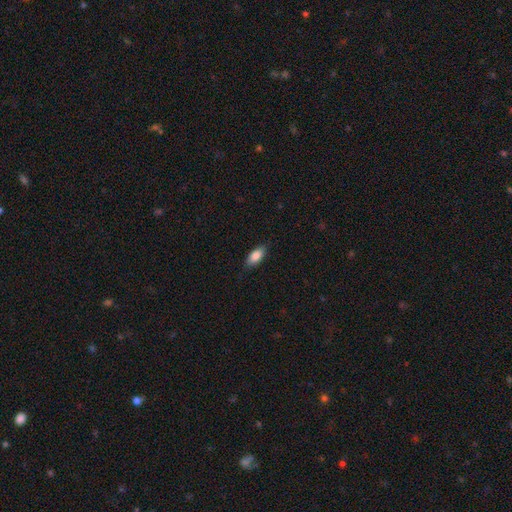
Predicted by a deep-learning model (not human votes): Smooth or featured?
  - smooth: 85% *
  - featured or disk: 8%
  - star or artifact: 7%
How rounded?
  - in between: 86% *
  - cigar-shaped: 11%
  - round: 3%
Merging?
  - none: 84% *
  - minor disturbance: 13%
  - major disturbance: 2%
  - merger: 1%